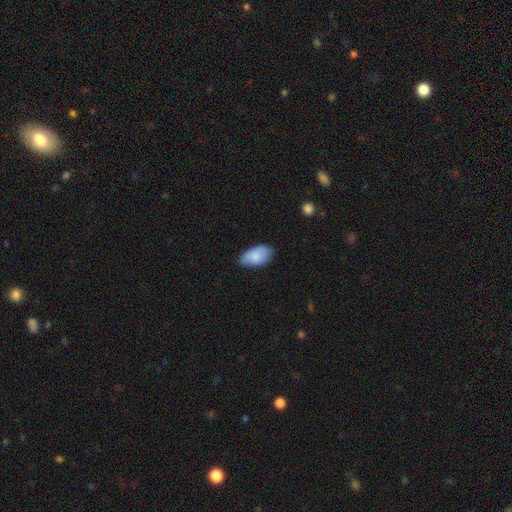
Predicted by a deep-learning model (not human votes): This appears to be a smooth galaxy with no disk features (83%) that is in between round and cigar-shaped (95%). Merging: none (70%).